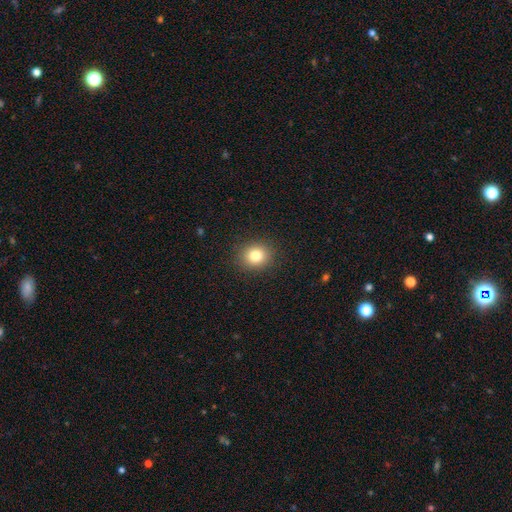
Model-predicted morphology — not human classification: Q: Smooth or featured?
A: smooth (81%); runner-up: star or artifact (12%)
Q: How rounded?
A: round (77%); runner-up: in between (22%)
Q: Merging?
A: none (90%); runner-up: minor disturbance (7%)